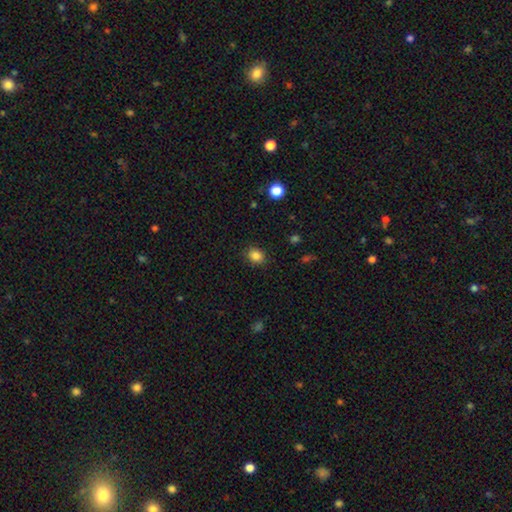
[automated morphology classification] Q: Smooth or featured?
A: smooth (85%); runner-up: star or artifact (11%)
Q: How rounded?
A: round (60%); runner-up: in between (39%)
Q: Merging?
A: none (88%); runner-up: minor disturbance (9%)